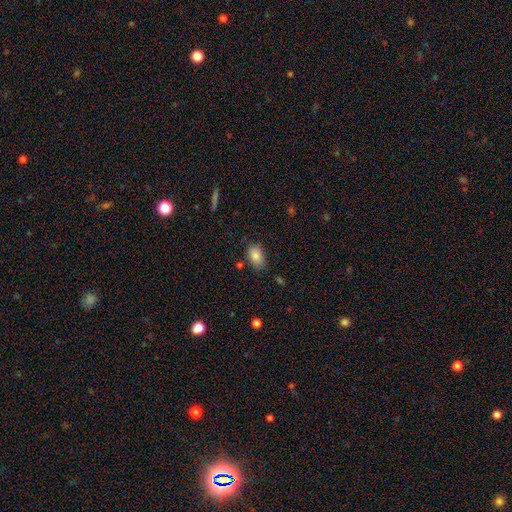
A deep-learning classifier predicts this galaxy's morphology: Smooth or featured? Predicted: smooth (p=0.85). How rounded? Predicted: in between (p=0.85). Merging? Predicted: none (p=0.74).